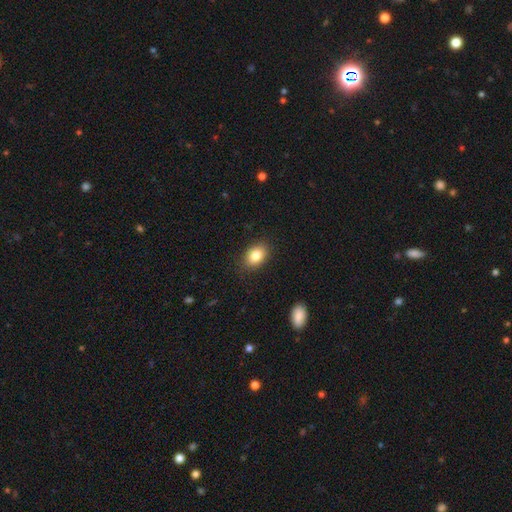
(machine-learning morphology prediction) smooth_or_featured: smooth (p=0.84) [alt: star or artifact p=0.09]
how_rounded: in between (p=0.79) [alt: round p=0.20]
merging: none (p=0.87) [alt: minor disturbance p=0.10]